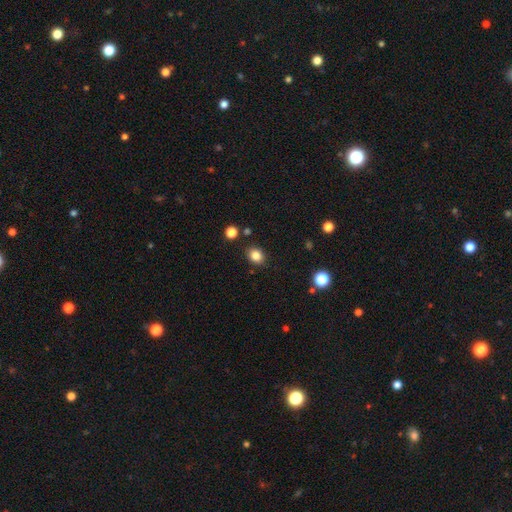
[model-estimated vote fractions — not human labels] smooth_or_featured: smooth (p=0.83) [alt: star or artifact p=0.11]
how_rounded: round (p=0.57) [alt: in between p=0.42]
merging: none (p=0.88) [alt: minor disturbance p=0.08]